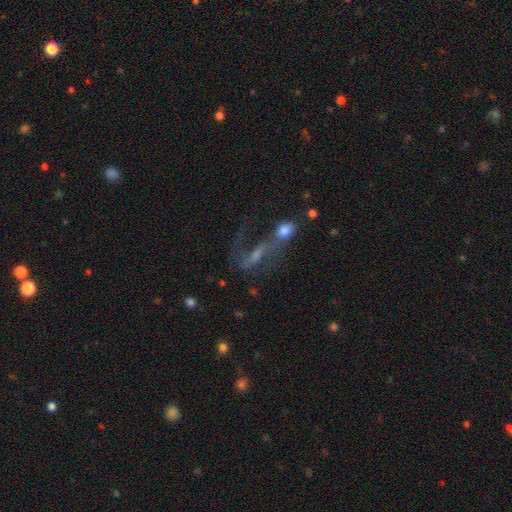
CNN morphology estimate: Smooth or featured? Predicted: featured or disk (p=0.60). Edge-on disk? Predicted: no (p=0.89). Bar? Predicted: weak (p=0.39). Spiral arms? Predicted: yes (p=0.72). Bulge size? Predicted: small (p=0.42). Merging? Predicted: merger (p=0.32).